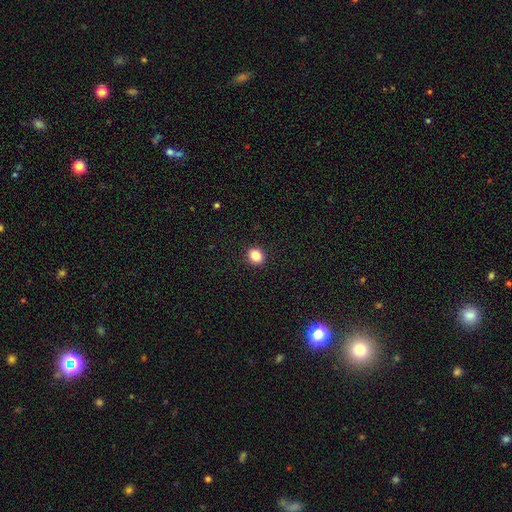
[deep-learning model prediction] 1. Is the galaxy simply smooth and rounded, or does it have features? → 85% smooth, 10% star or artifact, 4% featured or disk.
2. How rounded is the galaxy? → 69% round, 30% in between, 1% cigar-shaped.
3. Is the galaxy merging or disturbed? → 92% none, 5% minor disturbance, 2% major disturbance, 1% merger.